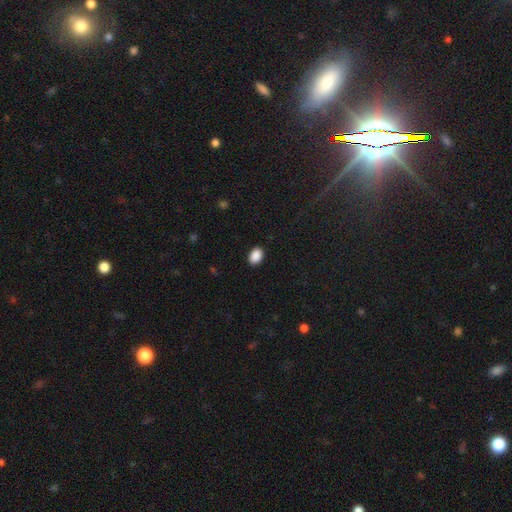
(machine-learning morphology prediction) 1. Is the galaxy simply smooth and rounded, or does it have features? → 90% smooth, 8% star or artifact, 2% featured or disk.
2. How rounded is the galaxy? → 81% in between, 18% round, 1% cigar-shaped.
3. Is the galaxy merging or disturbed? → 90% none, 7% minor disturbance, 2% major disturbance, 1% merger.